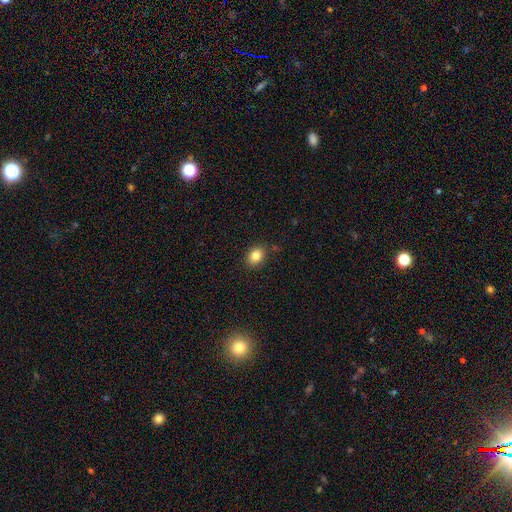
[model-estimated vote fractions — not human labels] The model was most divided on "how rounded": in between: 65%, round: 34%, cigar-shaped: 1%. More confident: merging — none (86%); smooth or featured — smooth (84%).